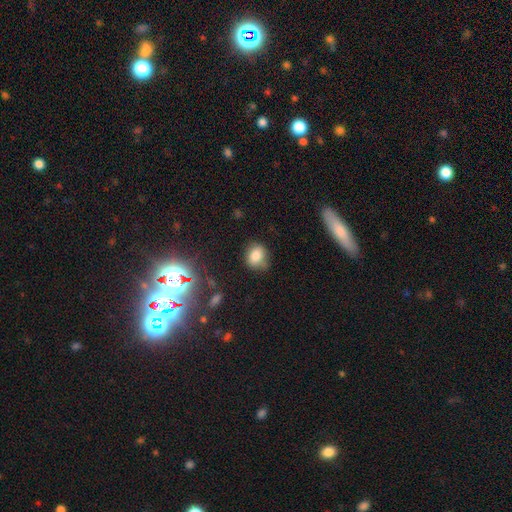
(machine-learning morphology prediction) type=smooth (80%); roundness=round (62%); merging=none (68%).